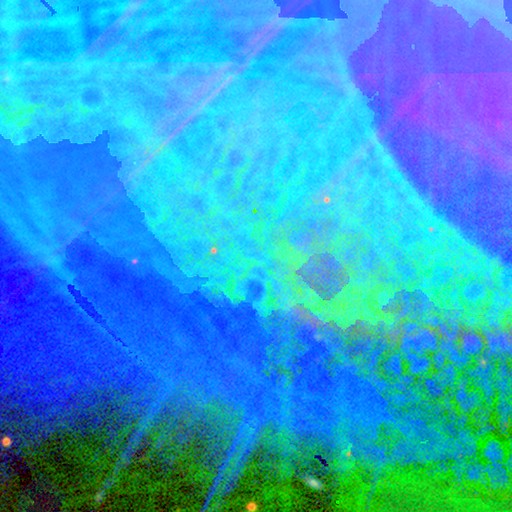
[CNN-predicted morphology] Smooth or featured? star or artifact (82%)